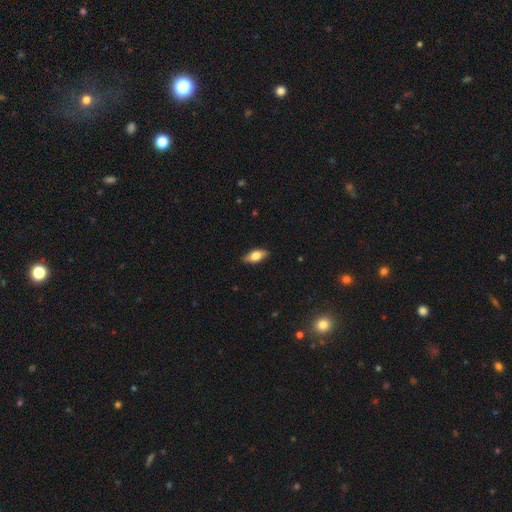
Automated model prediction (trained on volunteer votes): Morphology: type=smooth (71%); roundness=in between (83%); merging=none (86%).